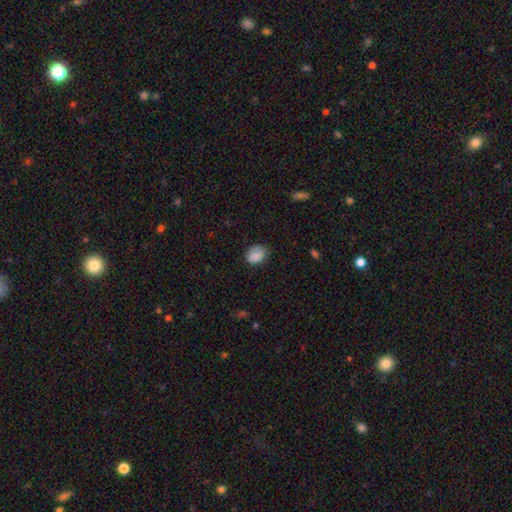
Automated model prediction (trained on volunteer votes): Q: Smooth or featured?
A: smooth (86%); runner-up: star or artifact (8%)
Q: How rounded?
A: in between (62%); runner-up: round (37%)
Q: Merging?
A: none (72%); runner-up: minor disturbance (21%)